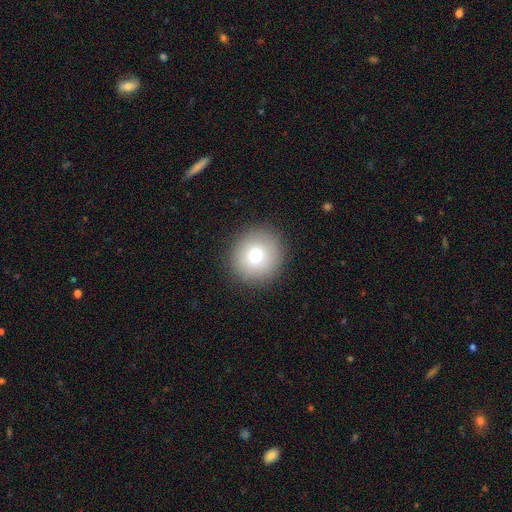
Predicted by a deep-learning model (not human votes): Morphology: type=smooth (73%); roundness=round (93%); merging=none (90%).